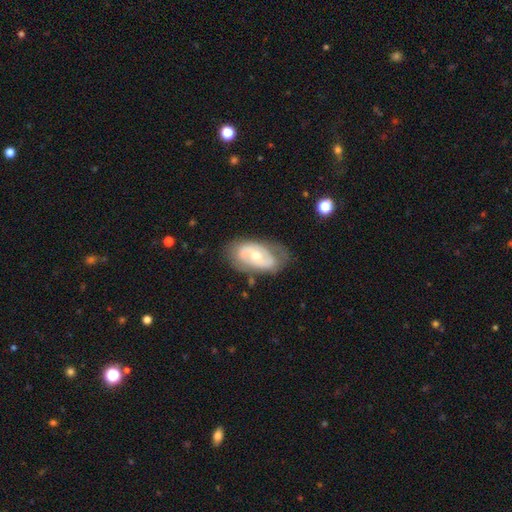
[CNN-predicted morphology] Smooth or featured? featured or disk (69%)
Edge-on disk? no (93%)
Bar? no (65%)
Spiral arms? yes (53%)
Bulge size? moderate (55%)
Merging? none (66%)